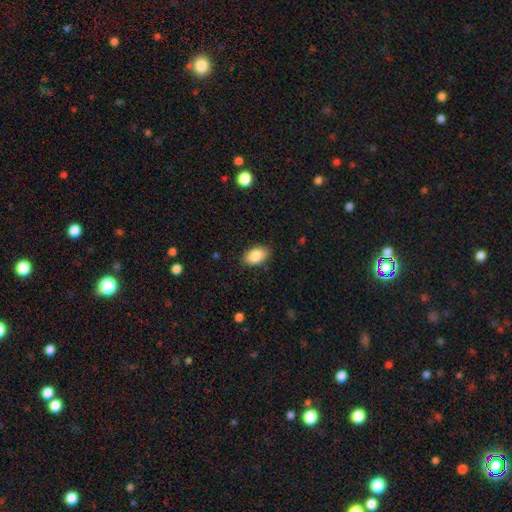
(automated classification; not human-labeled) This is clearly a smooth galaxy (85%). How rounded: clearly in between (89%). Merging: clearly none (86%).